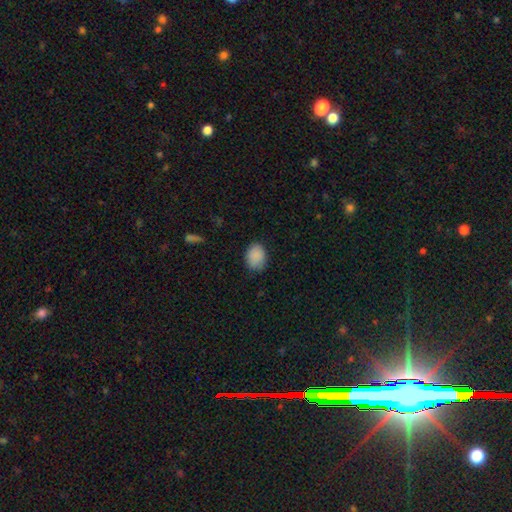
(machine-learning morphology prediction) This is clearly a smooth galaxy (88%). How rounded: likely in between (63%). Merging: likely none (77%).